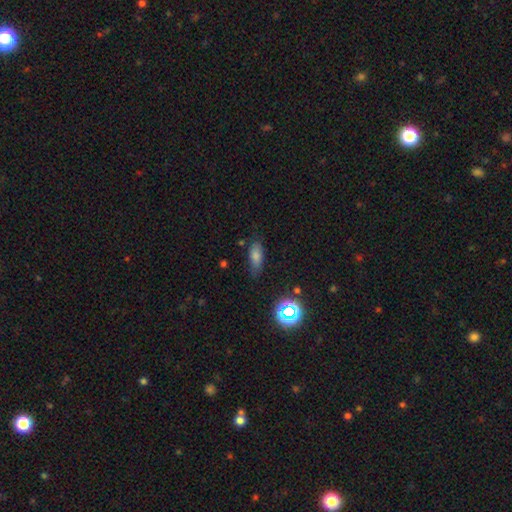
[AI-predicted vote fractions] Smooth or featured?
  - smooth: 72% *
  - star or artifact: 15%
  - featured or disk: 13%
How rounded?
  - in between: 69% *
  - cigar-shaped: 26%
  - round: 5%
Merging?
  - none: 69% *
  - minor disturbance: 23%
  - major disturbance: 5%
  - merger: 3%